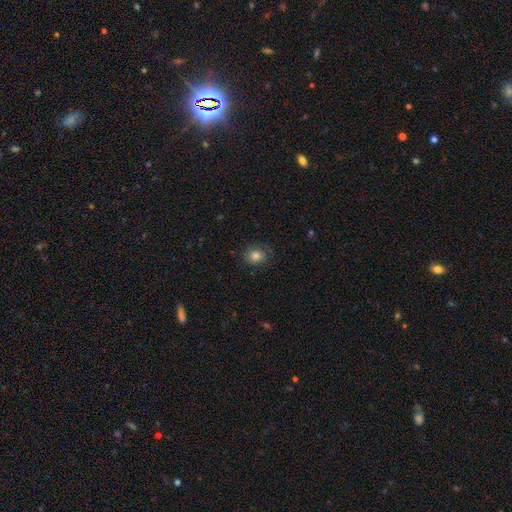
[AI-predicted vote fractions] This appears to be a smooth galaxy with no disk features (81%) that is round (72%). Merging: none (81%).